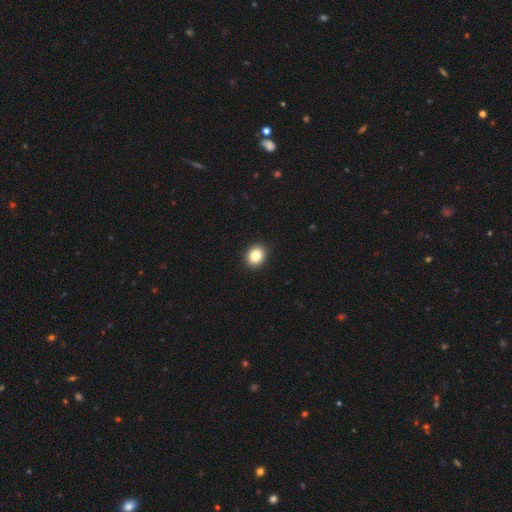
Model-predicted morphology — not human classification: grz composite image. It shows a smooth galaxy with no disk features (84%) that is round (65%). Merging: none (92%).